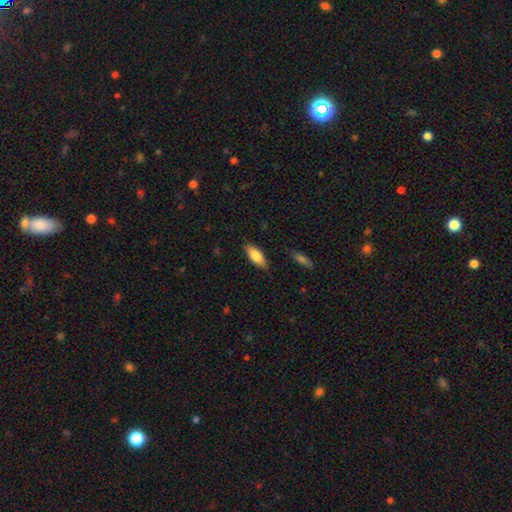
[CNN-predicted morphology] A smooth galaxy with no disk features (81%) that is in between round and cigar-shaped (81%). Merging: none (81%).